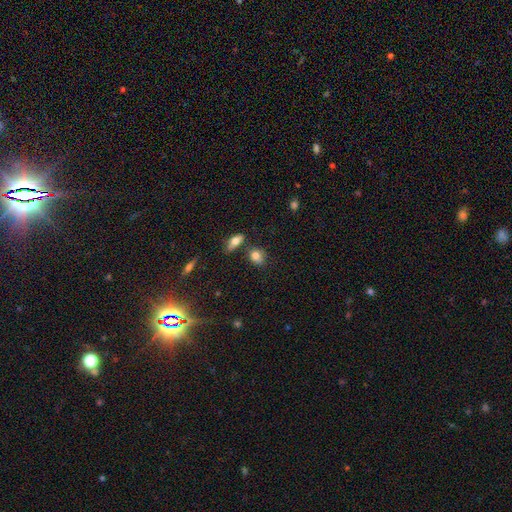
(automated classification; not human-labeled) Smooth or featured?
  - smooth: 80% *
  - featured or disk: 11%
  - star or artifact: 10%
How rounded?
  - in between: 50% *
  - round: 47%
  - cigar-shaped: 3%
Merging?
  - none: 68% *
  - minor disturbance: 15%
  - merger: 14%
  - major disturbance: 4%